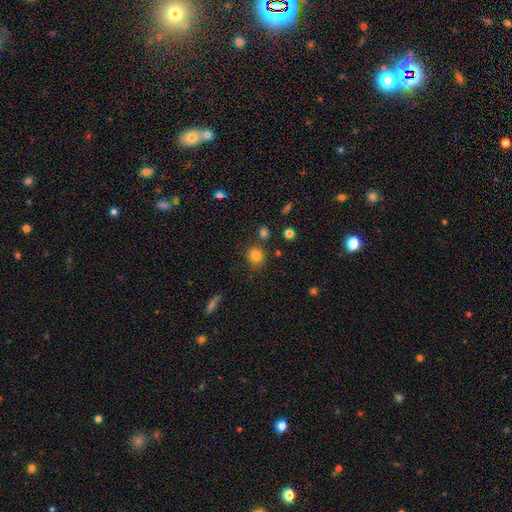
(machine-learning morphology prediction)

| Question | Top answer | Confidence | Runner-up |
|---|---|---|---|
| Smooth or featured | smooth | 83% | star or artifact (12%) |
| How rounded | round | 83% | in between (16%) |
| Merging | none | 79% | minor disturbance (10%) |